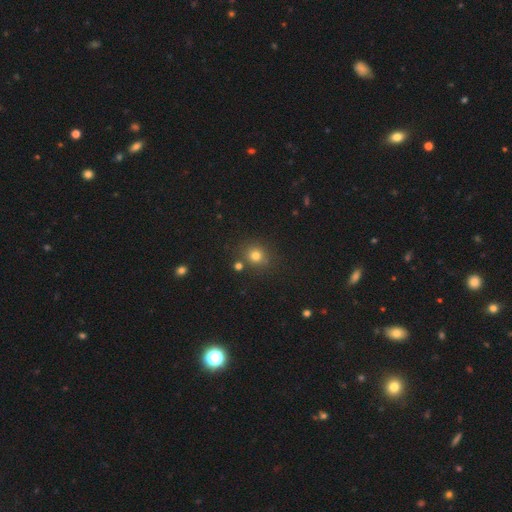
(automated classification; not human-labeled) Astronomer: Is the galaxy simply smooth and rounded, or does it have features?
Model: smooth — 76%.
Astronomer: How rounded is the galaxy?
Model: round — 82%.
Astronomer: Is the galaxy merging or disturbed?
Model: none — 78%.